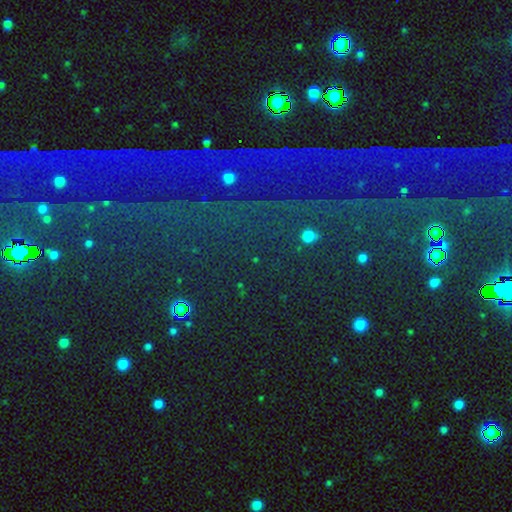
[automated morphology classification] Smooth or featured? star or artifact (79%)